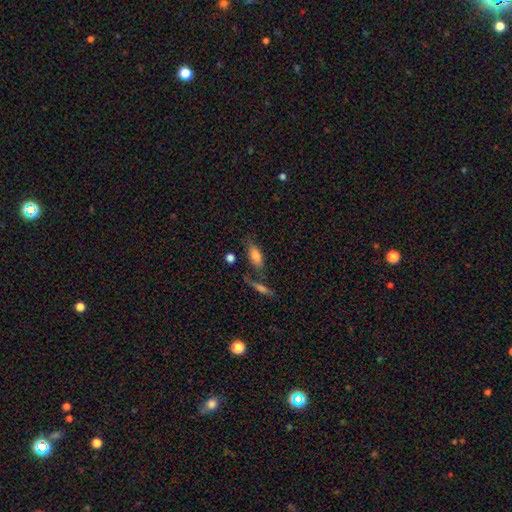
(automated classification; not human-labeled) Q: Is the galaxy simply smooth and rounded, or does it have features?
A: smooth — 79%.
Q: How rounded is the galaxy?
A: in between — 80%.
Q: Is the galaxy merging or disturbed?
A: none — 62%.